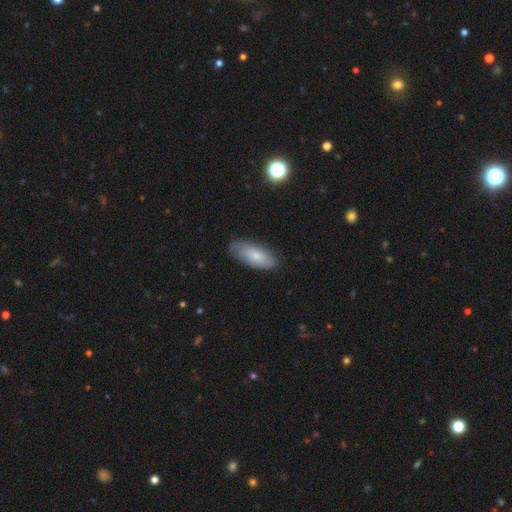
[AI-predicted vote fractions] smooth-or-featured: smooth: 72% | featured or disk: 22% | star or artifact: 6%
  how-rounded: in between: 83% | cigar-shaped: 15% | round: 2%
  merging: none: 78% | minor disturbance: 17% | major disturbance: 3% | merger: 1%